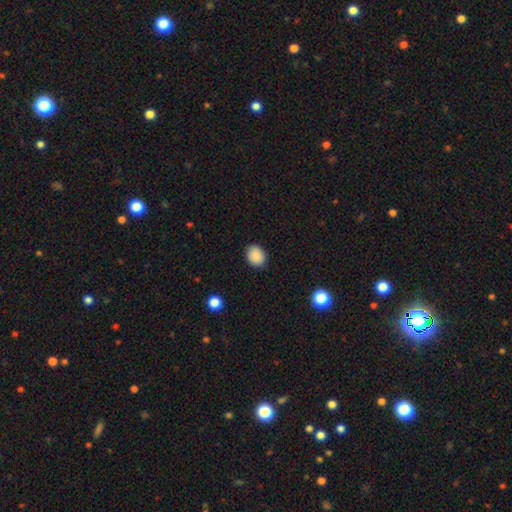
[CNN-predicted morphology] The model was most divided on "how rounded": round: 50%, in between: 49%, cigar-shaped: 1%. More confident: smooth or featured — smooth (88%); merging — none (87%).